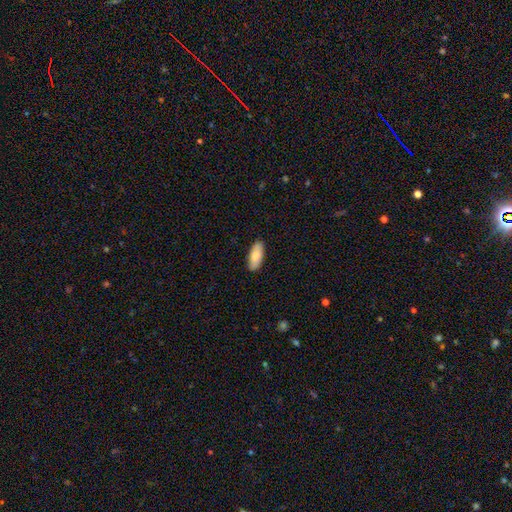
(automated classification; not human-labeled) Morphology: type=smooth (86%); roundness=in between (79%); merging=none (89%).